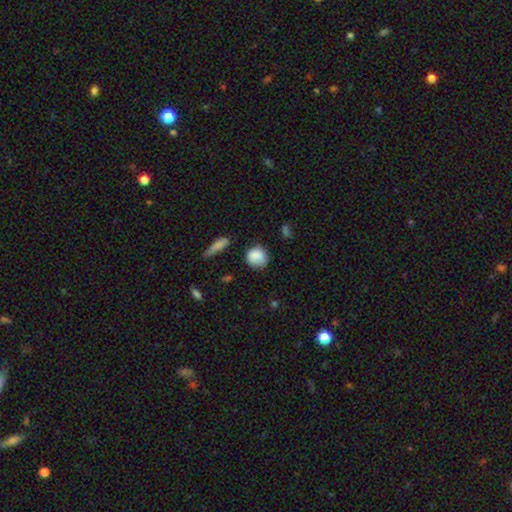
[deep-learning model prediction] This appears to be a smooth galaxy with no disk features (83%) that is round (82%). Merging: none (67%).